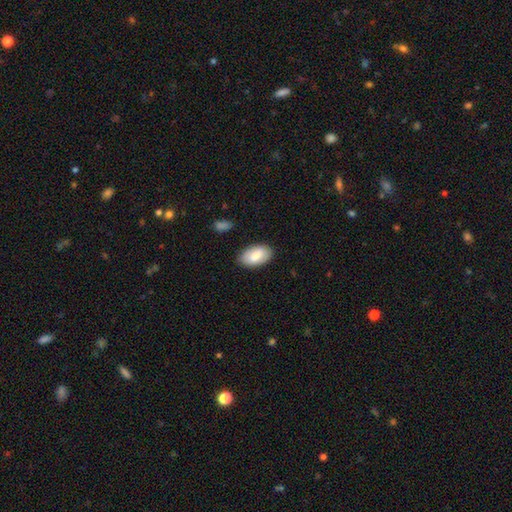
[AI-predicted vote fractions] The model was most divided on "smooth or featured": smooth: 82%, featured or disk: 12%, star or artifact: 6%. More confident: how rounded — in between (95%); merging — none (85%).